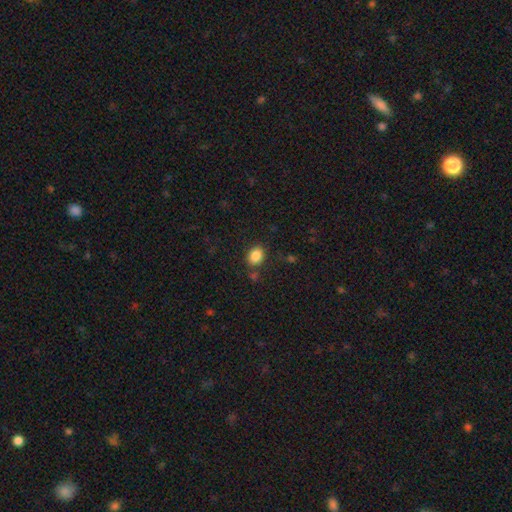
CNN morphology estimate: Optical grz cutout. It shows a smooth galaxy with no disk features (86%) that is in between round and cigar-shaped (60%). Merging: none (78%).